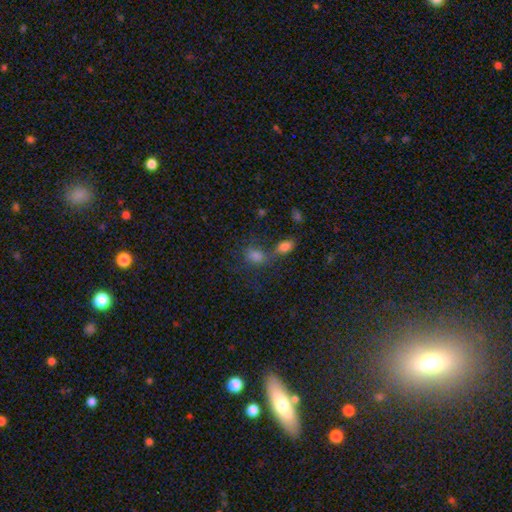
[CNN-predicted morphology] A smooth galaxy with no disk features (74%) that is in between round and cigar-shaped (68%). Merging: merger (39%, tied with none).